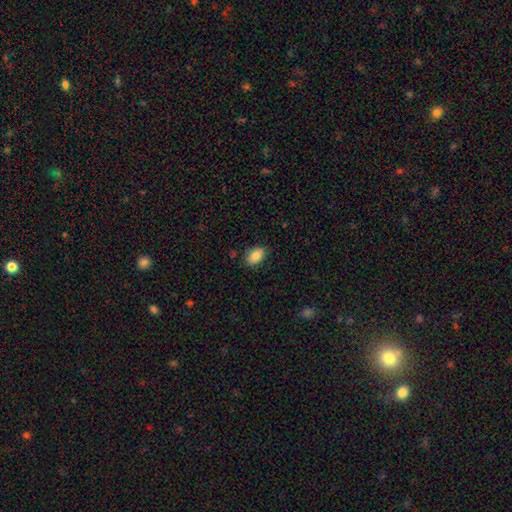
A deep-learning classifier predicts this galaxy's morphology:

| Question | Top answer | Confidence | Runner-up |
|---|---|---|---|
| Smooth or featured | smooth | 85% | star or artifact (8%) |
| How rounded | in between | 86% | round (12%) |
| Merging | none | 84% | minor disturbance (12%) |